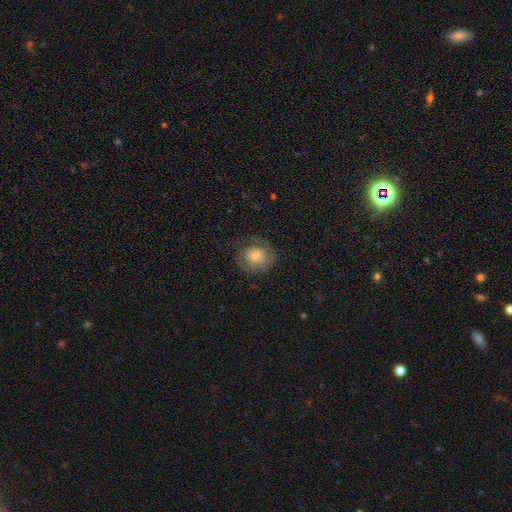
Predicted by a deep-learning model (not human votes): Smooth or featured?
  - smooth: 47% *
  - featured or disk: 44%
  - star or artifact: 8%
Merging?
  - none: 64% *
  - minor disturbance: 20%
  - major disturbance: 14%
  - merger: 1%